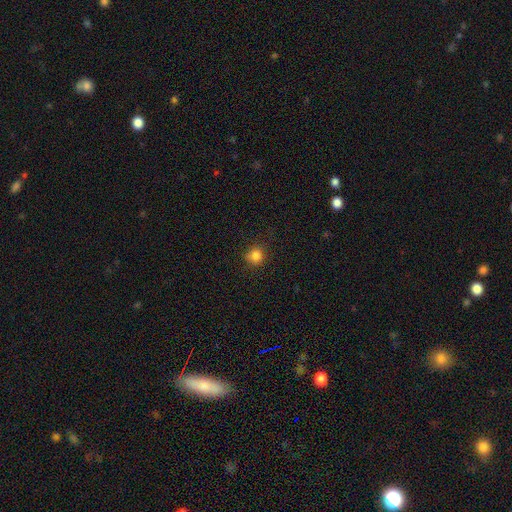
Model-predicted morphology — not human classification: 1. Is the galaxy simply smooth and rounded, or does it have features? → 83% smooth, 13% star or artifact, 5% featured or disk.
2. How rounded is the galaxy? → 87% round, 12% in between, 1% cigar-shaped.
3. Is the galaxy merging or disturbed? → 80% none, 14% minor disturbance, 4% major disturbance, 2% merger.